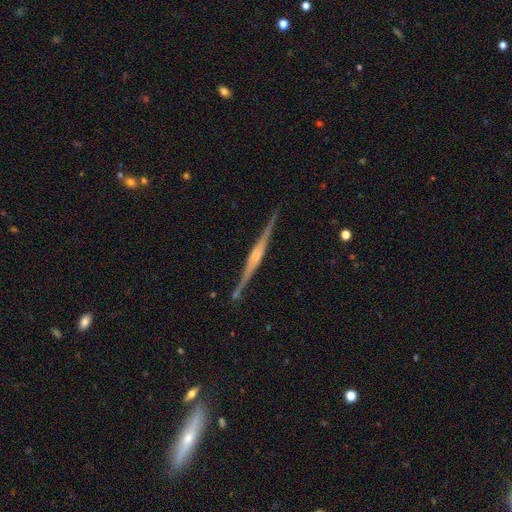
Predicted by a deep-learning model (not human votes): Q: Smooth or featured?
A: featured or disk (84%); runner-up: smooth (11%)
Q: Edge-on disk?
A: yes (98%); runner-up: no (2%)
Q: Edge-on bulge?
A: rounded (63%); runner-up: boxy (24%)
Q: Merging?
A: none (88%); runner-up: minor disturbance (8%)